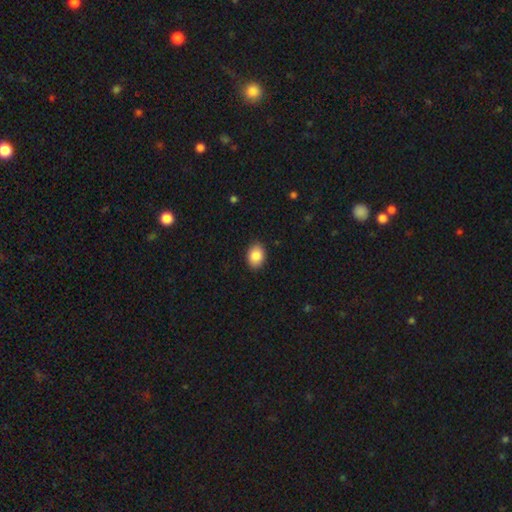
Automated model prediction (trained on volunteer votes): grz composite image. It shows a smooth galaxy with no disk features (87%) that is in between round and cigar-shaped (76%). Merging: none (89%).